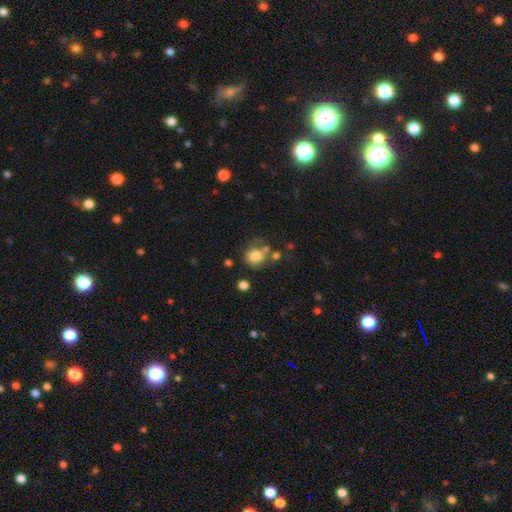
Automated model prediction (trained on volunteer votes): Smooth or featured? Predicted: smooth (p=0.79). How rounded? Predicted: round (p=0.63). Merging? Predicted: none (p=0.47).